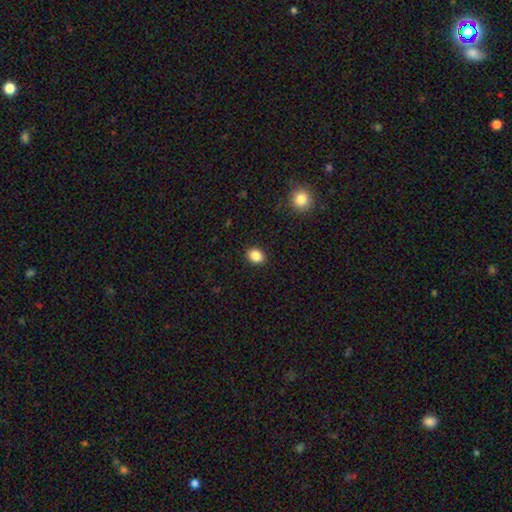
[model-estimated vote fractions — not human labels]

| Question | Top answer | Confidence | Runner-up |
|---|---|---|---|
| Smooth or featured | smooth | 86% | star or artifact (10%) |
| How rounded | round | 52% | in between (47%) |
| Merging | none | 90% | minor disturbance (7%) |